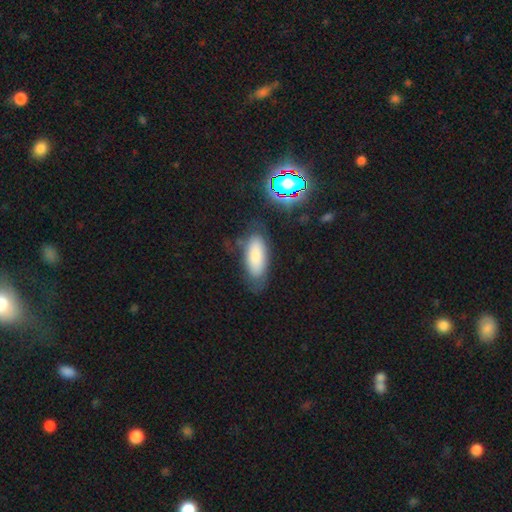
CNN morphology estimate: Smooth or featured? smooth (73%)
How rounded? in between (82%)
Merging? none (63%)